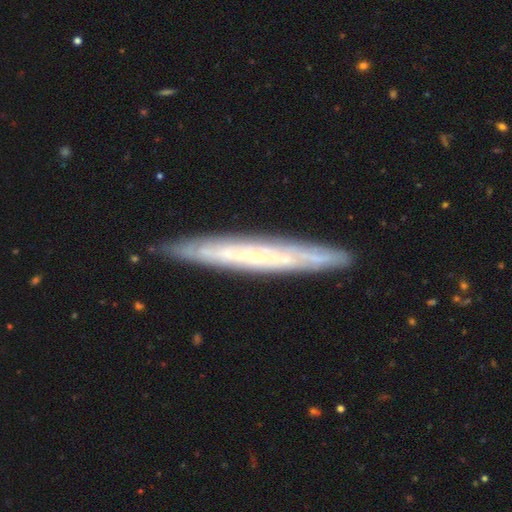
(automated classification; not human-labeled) smooth_or_featured: featured or disk (p=0.71) [alt: smooth p=0.23]
disk_edge_on: yes (p=0.81) [alt: no p=0.19]
edge_on_bulge: none (p=0.73) [alt: rounded p=0.23]
merging: none (p=0.86) [alt: minor disturbance p=0.10]